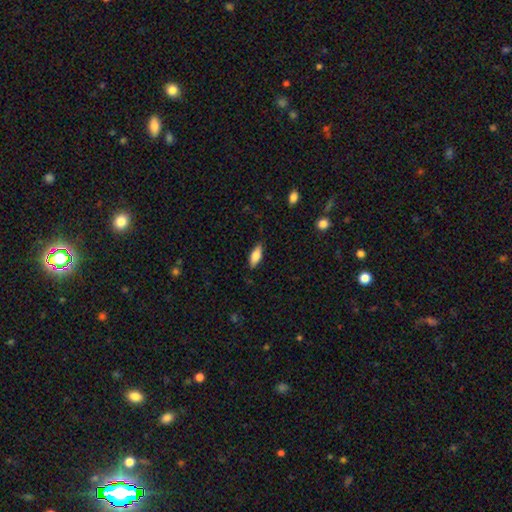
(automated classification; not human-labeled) This is likely a smooth galaxy (74%). How rounded: likely in between (74%). Merging: clearly none (85%).